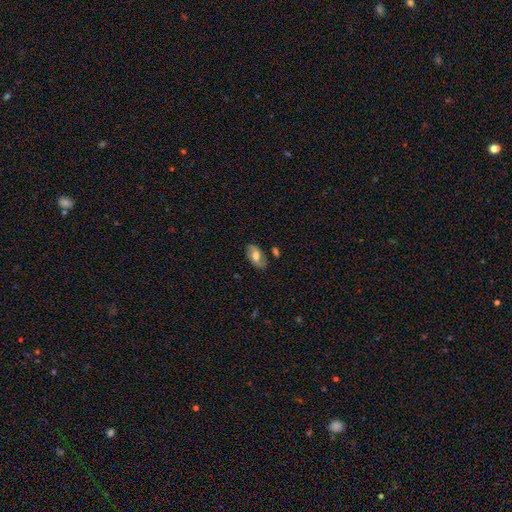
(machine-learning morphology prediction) The model was most divided on "smooth or featured": featured or disk: 54%, smooth: 39%, star or artifact: 7%. More confident: edge-on disk — no (93%); merging — none (75%).